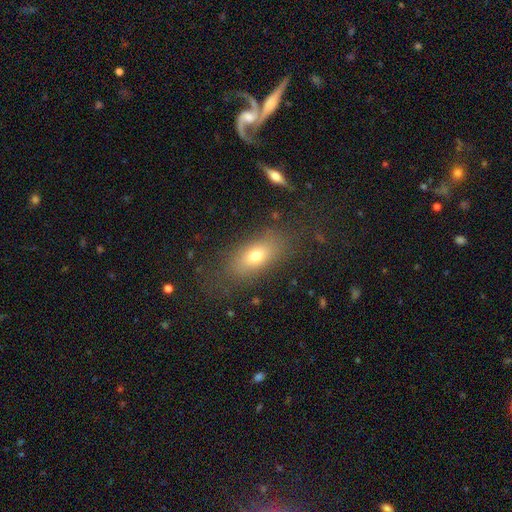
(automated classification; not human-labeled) A smooth galaxy with no disk features (70%) that is in between round and cigar-shaped (79%). Merging: none (77%).